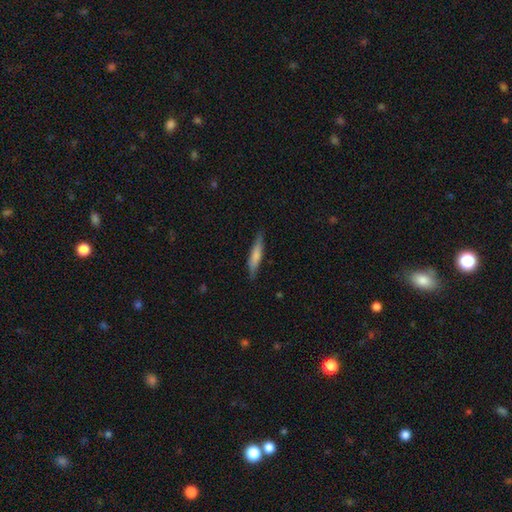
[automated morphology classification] smooth 70%, featured or disk 24%, star or artifact 6%. Down the decision tree: how rounded — cigar-shaped (85%); merging — none (83%).